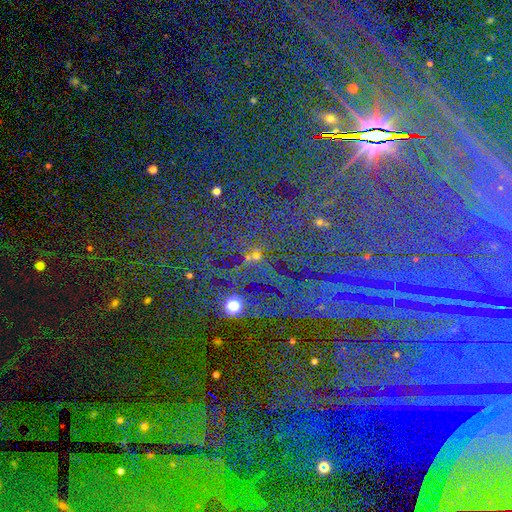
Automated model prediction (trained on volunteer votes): The model was most divided on "smooth or featured": star or artifact: 75%, smooth: 15%, featured or disk: 10%.